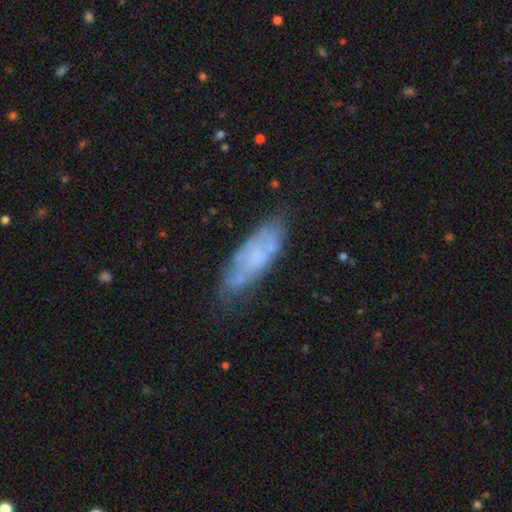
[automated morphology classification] Smooth or featured? smooth (48%)
Merging? none (61%)